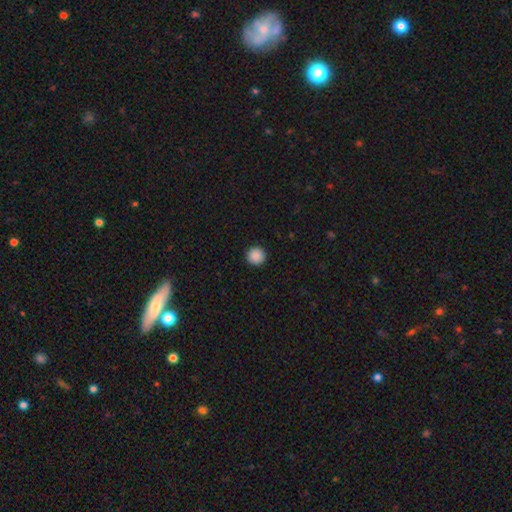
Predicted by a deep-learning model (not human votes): Q: Smooth or featured?
A: smooth (89%); runner-up: star or artifact (9%)
Q: How rounded?
A: round (96%); runner-up: in between (3%)
Q: Merging?
A: none (93%); runner-up: minor disturbance (4%)